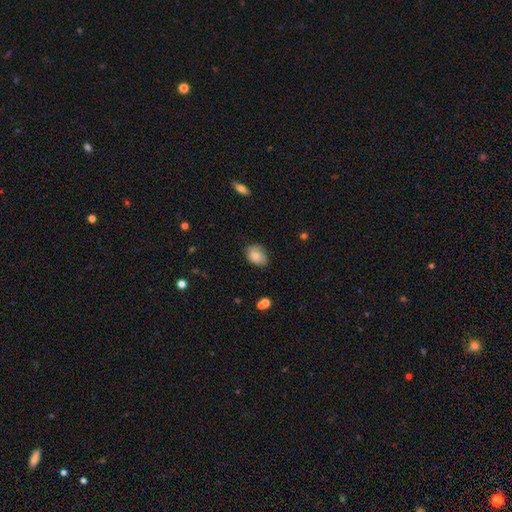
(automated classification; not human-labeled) The model was most divided on "merging": none: 67%, minor disturbance: 26%, major disturbance: 5%, merger: 2%. More confident: how rounded — in between (75%); smooth or featured — smooth (73%).